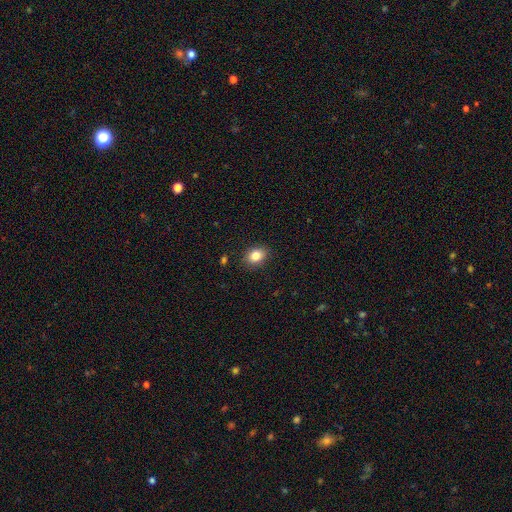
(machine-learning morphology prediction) Q: Smooth or featured?
A: smooth (84%); runner-up: star or artifact (9%)
Q: How rounded?
A: in between (68%); runner-up: round (31%)
Q: Merging?
A: none (87%); runner-up: minor disturbance (10%)